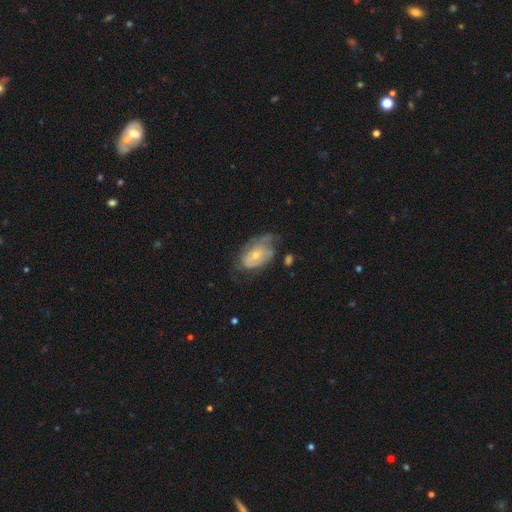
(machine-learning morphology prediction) Q: Smooth or featured?
A: featured or disk (61%); runner-up: smooth (33%)
Q: Edge-on disk?
A: no (95%); runner-up: yes (5%)
Q: Bar?
A: no (71%); runner-up: weak (24%)
Q: Spiral arms?
A: yes (64%); runner-up: no (36%)
Q: Bulge size?
A: small (50%); runner-up: moderate (45%)
Q: Merging?
A: none (38%); runner-up: minor disturbance (33%)